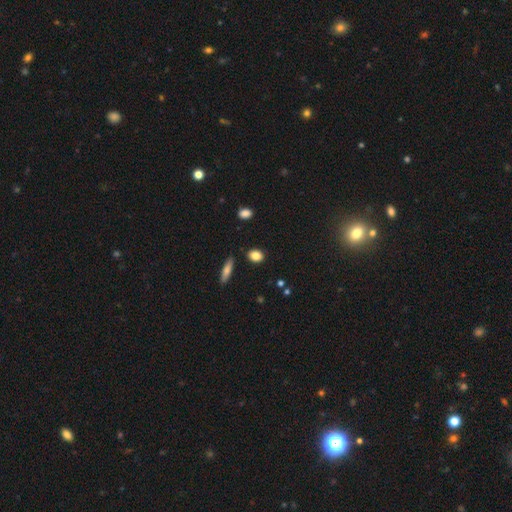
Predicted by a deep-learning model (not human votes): This is clearly a smooth galaxy (84%). How rounded: likely in between (64%). Merging: clearly none (85%).